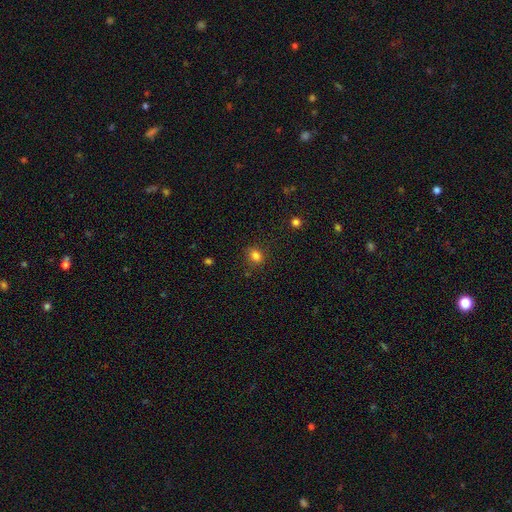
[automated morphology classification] Smooth or featured? Predicted: smooth (p=0.82). How rounded? Predicted: round (p=0.64). Merging? Predicted: none (p=0.86).